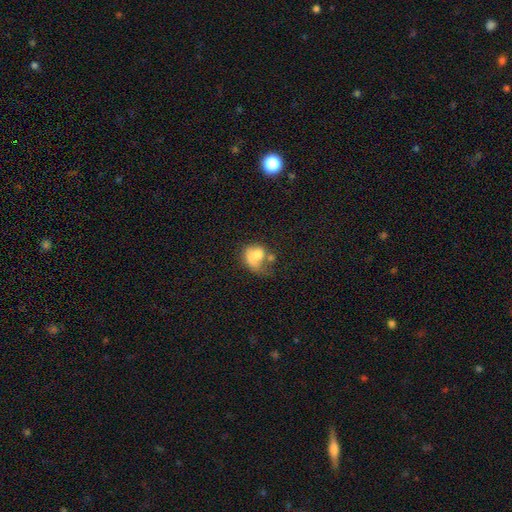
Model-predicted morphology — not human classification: A smooth galaxy with no disk features (62%) that is in between round and cigar-shaped (49%, tied with round). Merging: merger (32%).